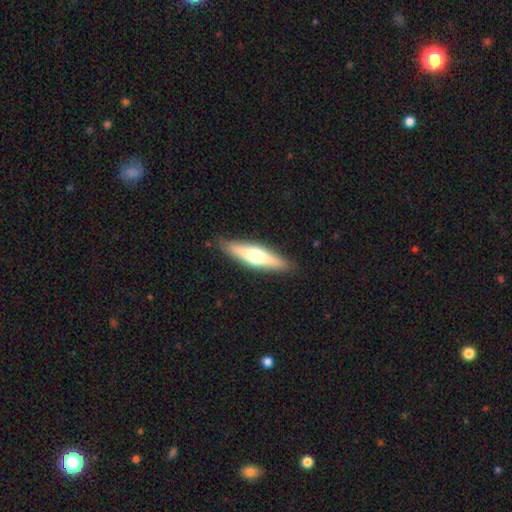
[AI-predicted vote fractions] Smooth or featured?
  - featured or disk: 48% *
  - smooth: 47%
  - star or artifact: 6%
Merging?
  - none: 87% *
  - minor disturbance: 10%
  - major disturbance: 2%
  - merger: 1%